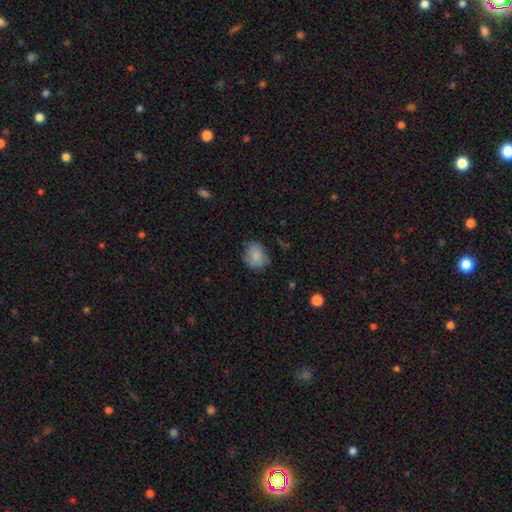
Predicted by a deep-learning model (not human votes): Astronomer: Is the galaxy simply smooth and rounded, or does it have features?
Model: smooth — 83%.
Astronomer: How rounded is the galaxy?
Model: round — 58% (runner-up: in between, 41%).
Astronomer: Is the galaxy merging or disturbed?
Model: none — 65%.